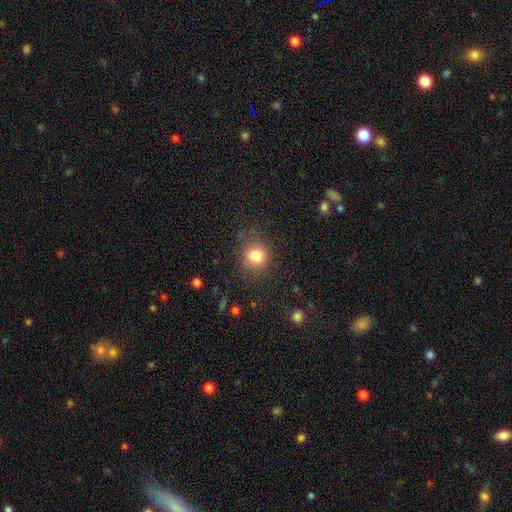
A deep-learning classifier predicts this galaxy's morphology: type=smooth (82%); roundness=round (85%); merging=none (78%).